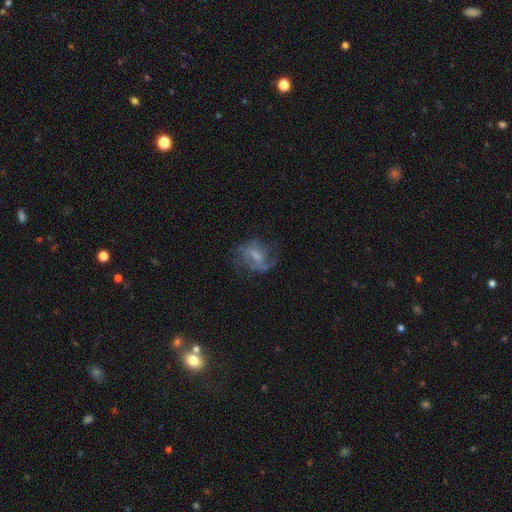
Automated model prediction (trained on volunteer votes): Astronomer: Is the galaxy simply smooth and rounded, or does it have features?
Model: featured or disk — 63%.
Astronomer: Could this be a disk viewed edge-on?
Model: no — 96%.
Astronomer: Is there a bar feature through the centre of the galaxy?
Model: weak — 50% (runner-up: no, 29%).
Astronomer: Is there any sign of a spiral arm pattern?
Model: yes — 77%.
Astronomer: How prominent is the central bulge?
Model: moderate — 33% (runner-up: small, 31%).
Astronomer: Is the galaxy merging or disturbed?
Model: none — 52%.